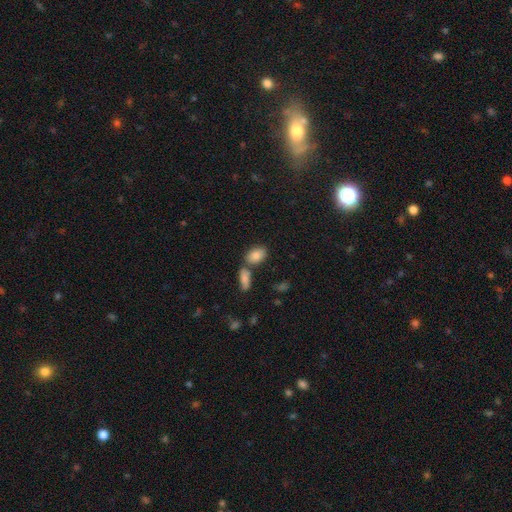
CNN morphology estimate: Smooth or featured? smooth (84%)
How rounded? in between (90%)
Merging? none (60%)